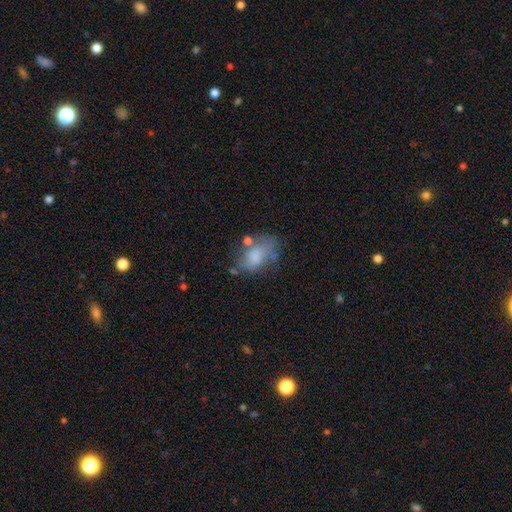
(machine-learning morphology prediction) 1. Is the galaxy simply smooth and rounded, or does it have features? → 64% smooth, 26% featured or disk, 10% star or artifact.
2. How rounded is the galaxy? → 86% in between, 12% round, 2% cigar-shaped.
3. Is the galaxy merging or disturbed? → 40% none, 27% minor disturbance, 20% major disturbance, 12% merger.